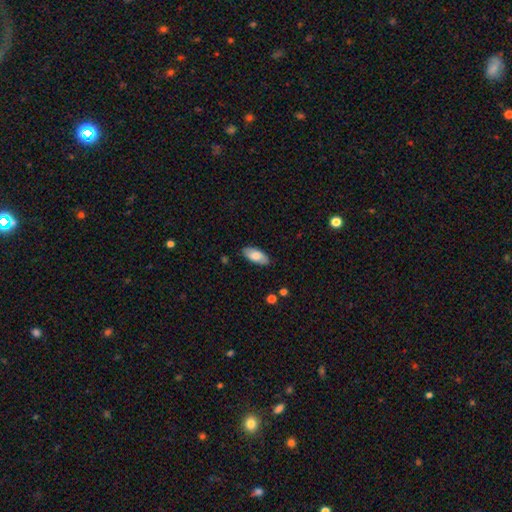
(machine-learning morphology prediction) smooth-or-featured: smooth: 77% | featured or disk: 17% | star or artifact: 6%
  how-rounded: in between: 90% | cigar-shaped: 8% | round: 2%
  merging: none: 85% | minor disturbance: 11% | major disturbance: 2% | merger: 1%